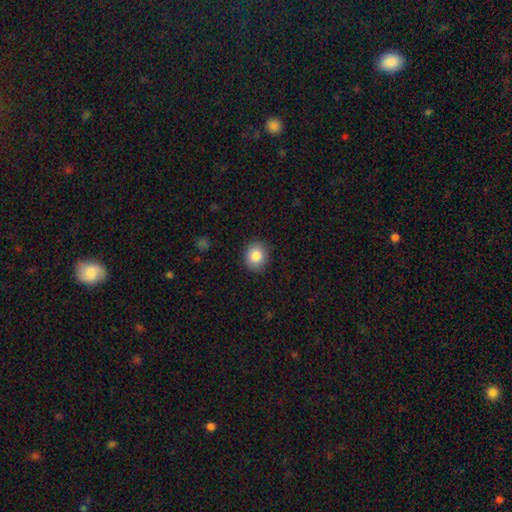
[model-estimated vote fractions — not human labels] Overall: smooth (86%). How rounded: round (69%; in between 30%). Merging: none (88%).